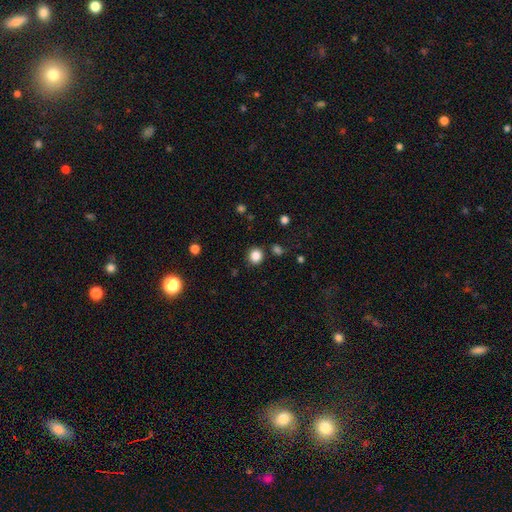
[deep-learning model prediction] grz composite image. It shows a smooth galaxy with no disk features (85%) that is round (89%). Merging: none (86%).